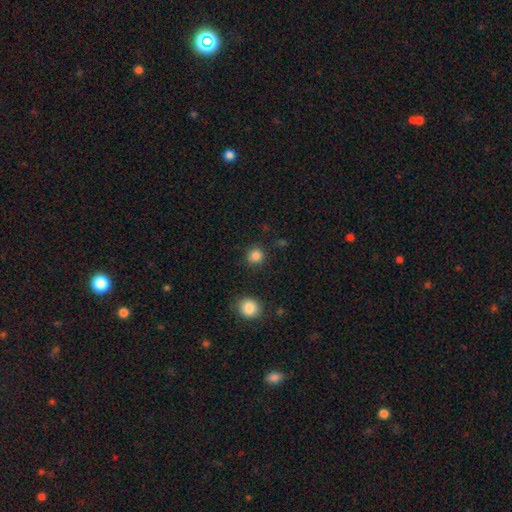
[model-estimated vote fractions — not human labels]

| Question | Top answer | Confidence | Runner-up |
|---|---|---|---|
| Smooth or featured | smooth | 85% | star or artifact (12%) |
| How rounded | round | 93% | in between (6%) |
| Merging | none | 88% | minor disturbance (7%) |